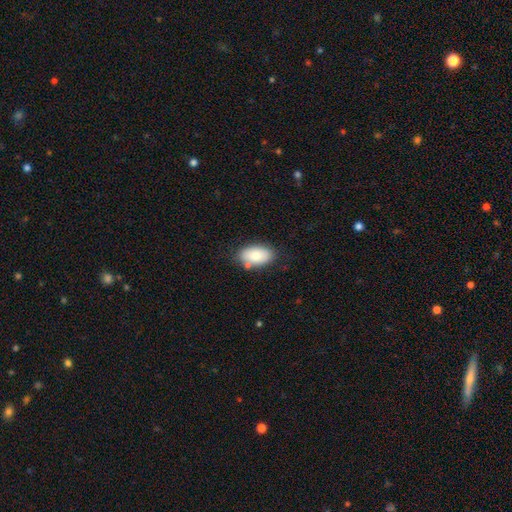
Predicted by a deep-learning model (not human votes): Overall: smooth (82%). How rounded: in between (93%). Merging: none (77%).